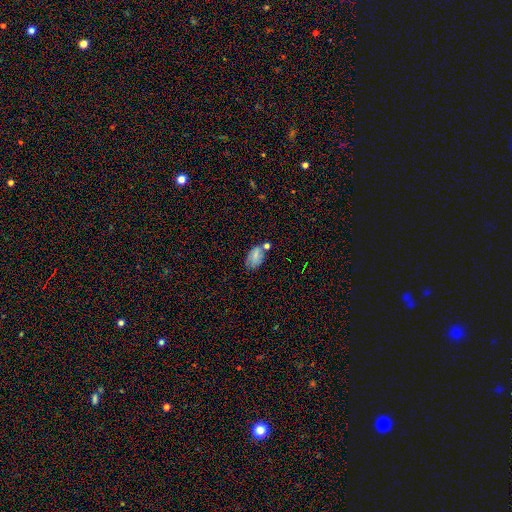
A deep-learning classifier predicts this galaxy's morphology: Smooth or featured: smooth — 73% (featured or disk — 14%)
How rounded: in between — 90% (round — 8%)
Merging: none — 54% (minor disturbance — 23%)